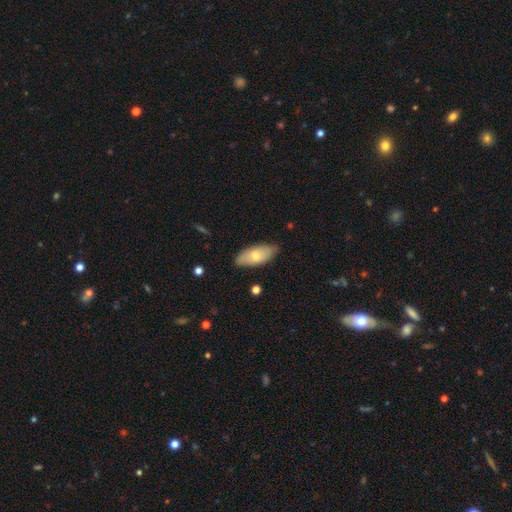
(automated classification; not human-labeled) A smooth galaxy with no disk features (70%) that is in between round and cigar-shaped (88%).

Vote fractions:
- Smooth or featured? smooth: 70% / featured or disk: 25% / star or artifact: 6%
- How rounded? in between: 88% / cigar-shaped: 10% / round: 2%
- Merging? none: 80% / minor disturbance: 16% / major disturbance: 3% / merger: 1%